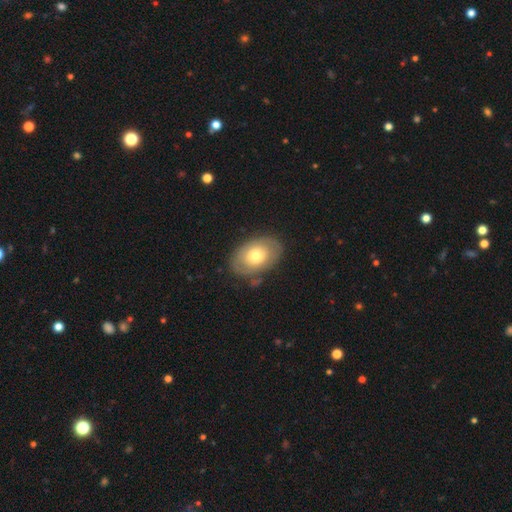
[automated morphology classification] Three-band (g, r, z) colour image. It shows a smooth galaxy with no disk features (59%) that is in between round and cigar-shaped (82%). Merging: none (75%).